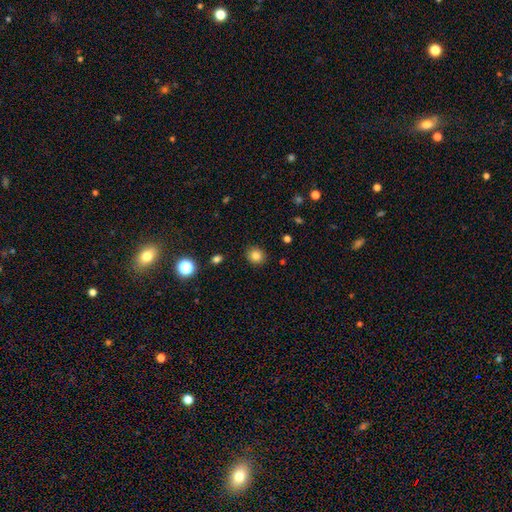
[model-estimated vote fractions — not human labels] Q: Smooth or featured?
A: smooth (83%); runner-up: star or artifact (11%)
Q: How rounded?
A: round (80%); runner-up: in between (19%)
Q: Merging?
A: none (90%); runner-up: minor disturbance (7%)